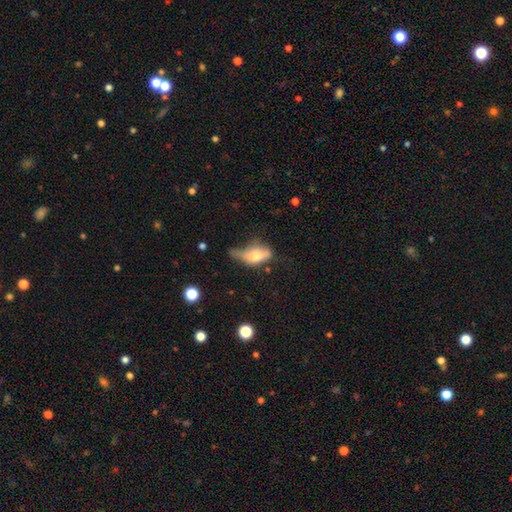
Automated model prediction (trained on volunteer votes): Overall: smooth (58%; featured or disk 32%). How rounded: in between (81%). Merging: major disturbance (33%, tied with minor disturbance).